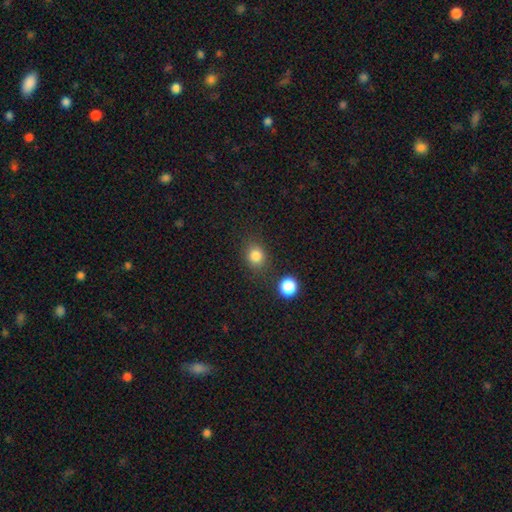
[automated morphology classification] Smooth or featured?
  - smooth: 83% *
  - star or artifact: 12%
  - featured or disk: 5%
How rounded?
  - round: 69% *
  - in between: 30%
  - cigar-shaped: 1%
Merging?
  - none: 79% *
  - minor disturbance: 11%
  - merger: 6%
  - major disturbance: 4%